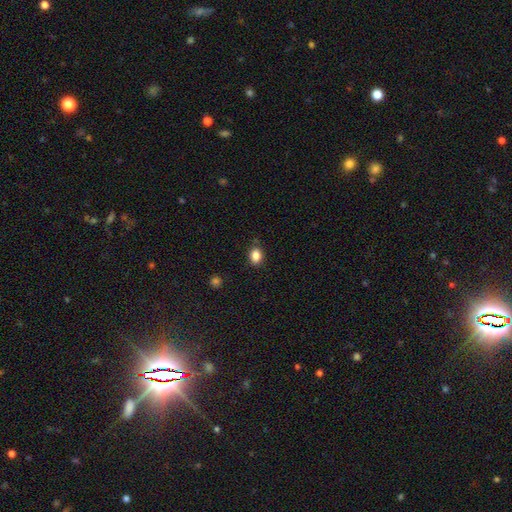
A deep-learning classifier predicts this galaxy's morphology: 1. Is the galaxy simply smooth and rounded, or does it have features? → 85% smooth, 10% star or artifact, 5% featured or disk.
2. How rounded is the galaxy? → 66% in between, 33% round, 1% cigar-shaped.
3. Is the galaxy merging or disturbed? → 82% none, 14% minor disturbance, 3% major disturbance, 2% merger.